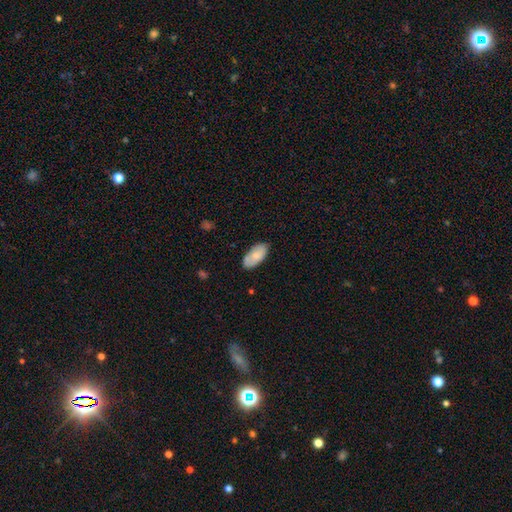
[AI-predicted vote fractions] A smooth galaxy with no disk features (79%) that is in between round and cigar-shaped (94%). Merging: none (79%).